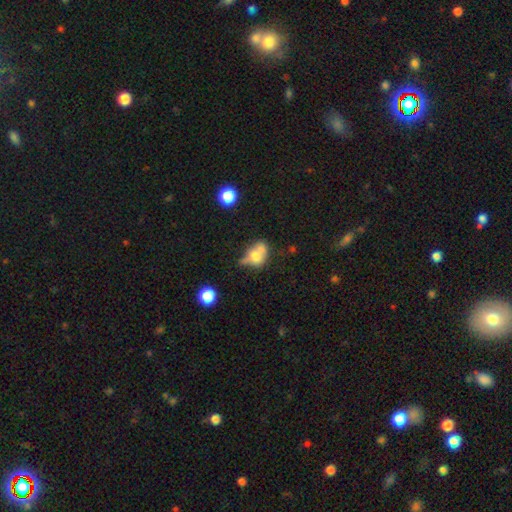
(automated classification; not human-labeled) This appears to be a smooth galaxy with no disk features (59%) that is in between round and cigar-shaped (60%). Merging: merger (40%).